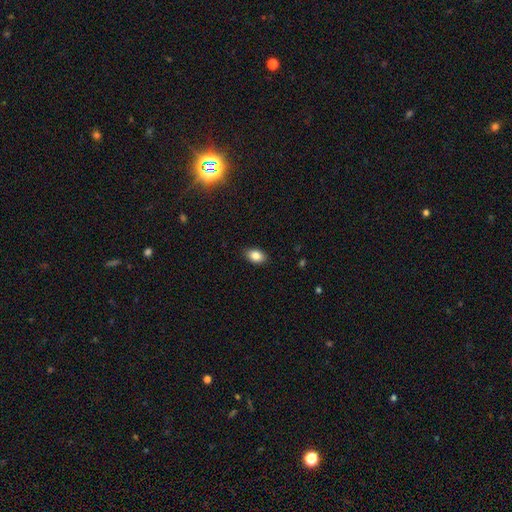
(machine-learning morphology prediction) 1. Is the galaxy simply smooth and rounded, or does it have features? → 85% smooth, 8% star or artifact, 7% featured or disk.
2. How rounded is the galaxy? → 86% in between, 12% round, 1% cigar-shaped.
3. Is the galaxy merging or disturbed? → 88% none, 9% minor disturbance, 2% major disturbance, 1% merger.